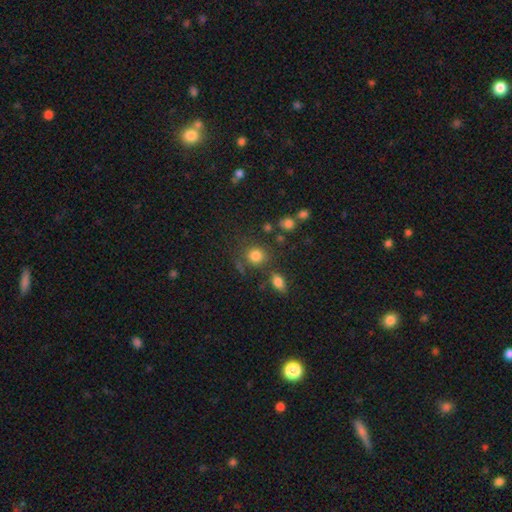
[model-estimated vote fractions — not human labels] This appears to be a smooth galaxy with no disk features (81%) that is round (82%). Merging: none (72%).